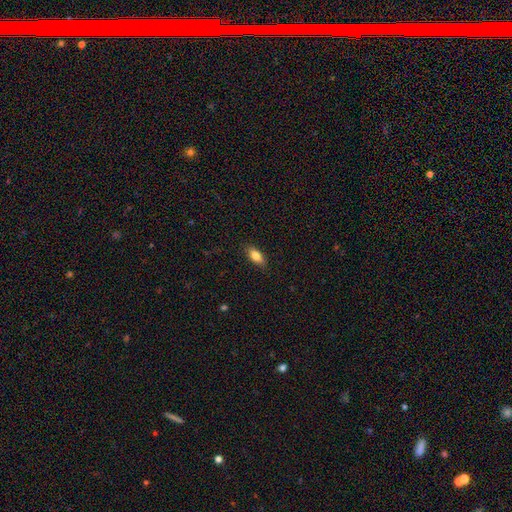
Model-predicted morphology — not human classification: Overall: smooth (84%). How rounded: in between (84%). Merging: none (87%).